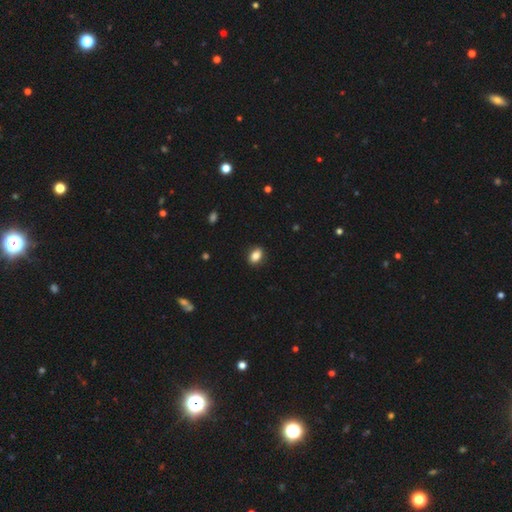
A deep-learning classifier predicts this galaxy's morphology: The model was most divided on "how rounded": in between: 79%, round: 19%, cigar-shaped: 2%. More confident: merging — none (88%); smooth or featured — smooth (85%).